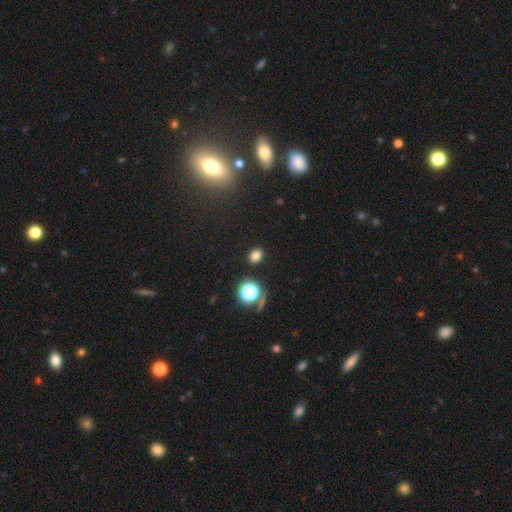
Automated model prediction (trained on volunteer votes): A smooth galaxy with no disk features (77%) that is in between round and cigar-shaped (52%). Merging: none (88%).